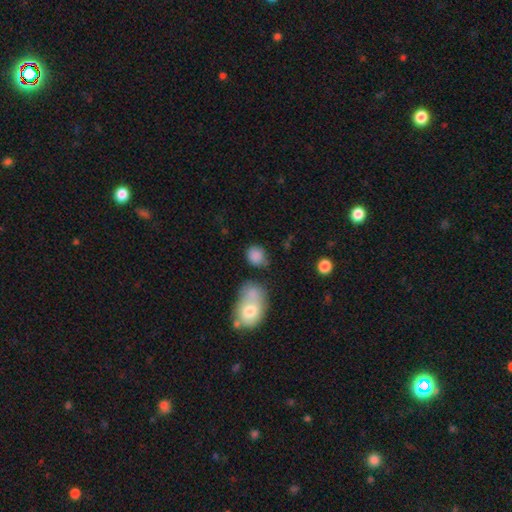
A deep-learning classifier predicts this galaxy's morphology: smooth-or-featured: smooth: 85% | star or artifact: 9% | featured or disk: 7%
  how-rounded: round: 57% | in between: 41% | cigar-shaped: 1%
  merging: none: 58% | minor disturbance: 19% | merger: 16% | major disturbance: 7%